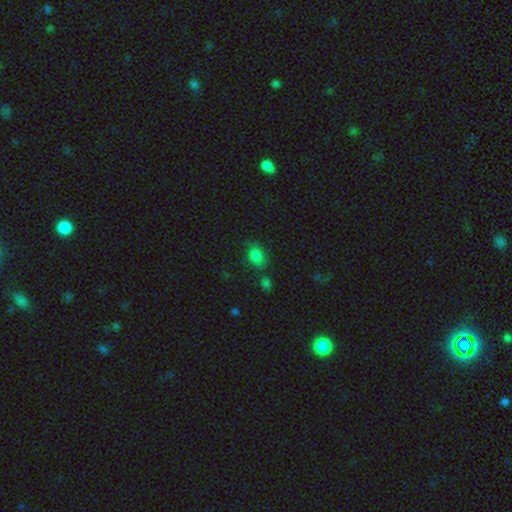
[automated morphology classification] smooth 78%, star or artifact 14%, featured or disk 8%. Down the decision tree: how rounded — in between (76%); merging — none (65%).